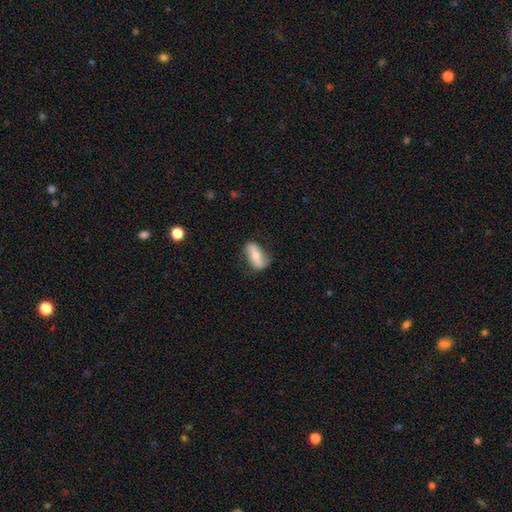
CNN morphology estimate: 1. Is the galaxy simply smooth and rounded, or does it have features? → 49% smooth, 44% featured or disk, 7% star or artifact.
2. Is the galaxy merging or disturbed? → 73% none, 20% minor disturbance, 5% major disturbance, 2% merger.